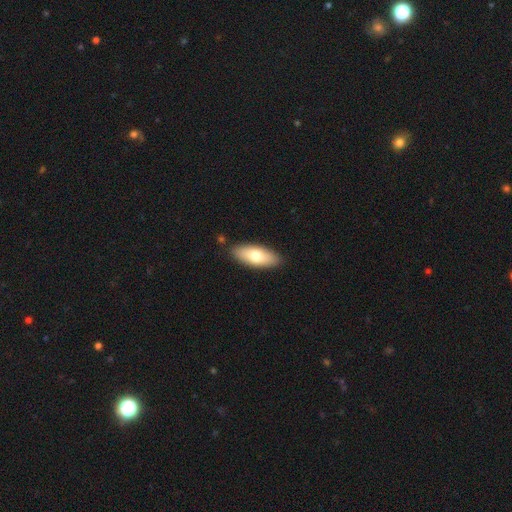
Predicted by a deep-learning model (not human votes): Smooth or featured?
  - smooth: 73% *
  - featured or disk: 21%
  - star or artifact: 6%
How rounded?
  - in between: 76% *
  - cigar-shaped: 22%
  - round: 2%
Merging?
  - none: 87% *
  - minor disturbance: 9%
  - major disturbance: 2%
  - merger: 2%